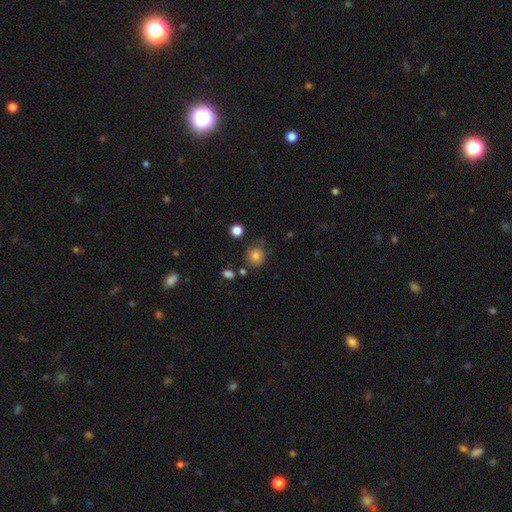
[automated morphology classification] Overall: smooth (80%). How rounded: round (82%). Merging: none (74%).